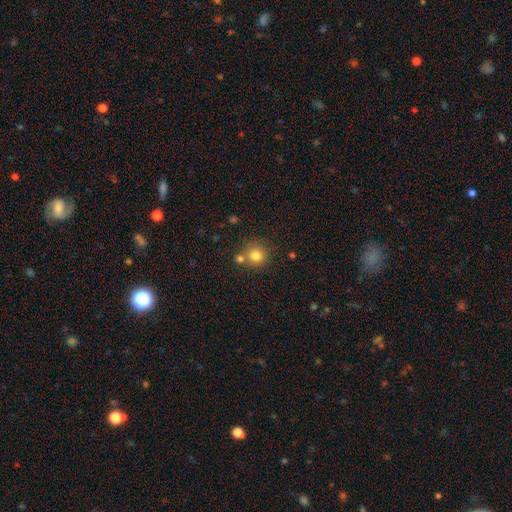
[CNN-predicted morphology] This is likely a smooth galaxy (80%). How rounded: clearly round (92%). Merging: likely none (68%).